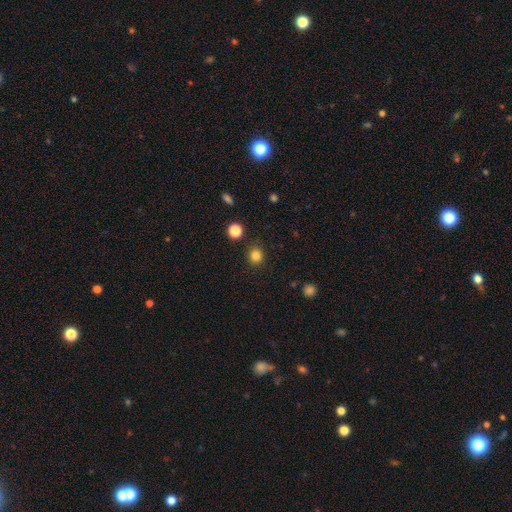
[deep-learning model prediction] This is clearly a smooth galaxy (83%). How rounded: clearly round (83%). Merging: clearly none (88%).